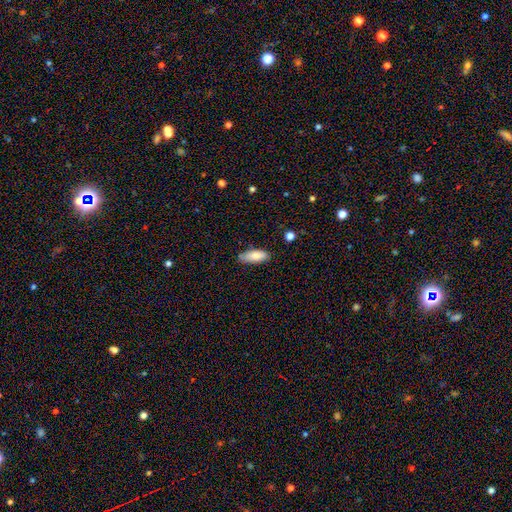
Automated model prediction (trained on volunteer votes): Morphology: type=smooth (80%); roundness=in between (79%); merging=none (77%).